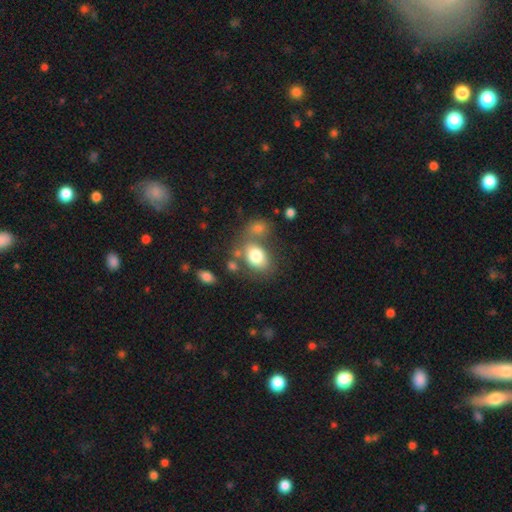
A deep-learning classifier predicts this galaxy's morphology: Overall: smooth (78%). How rounded: in between (67%; round 32%). Merging: none (48%; merger 28%).